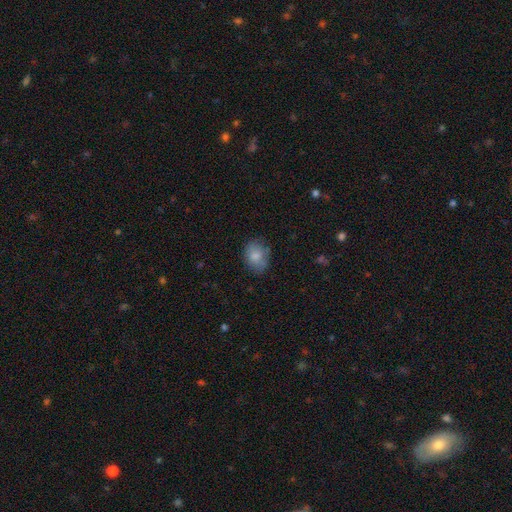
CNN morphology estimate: This appears to be a smooth galaxy with no disk features (81%) that is in between round and cigar-shaped (66%). Merging: none (73%).